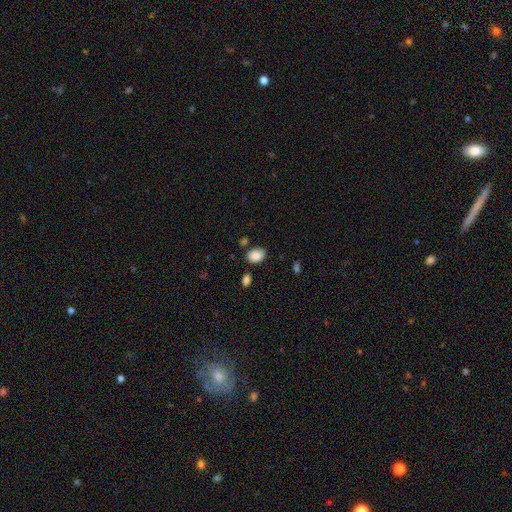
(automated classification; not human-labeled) A smooth galaxy with no disk features (88%) that is in between round and cigar-shaped (78%).

Vote fractions:
- Smooth or featured? smooth: 88% / star or artifact: 8% / featured or disk: 4%
- How rounded? in between: 78% / round: 21% / cigar-shaped: 1%
- Merging? none: 76% / minor disturbance: 14% / merger: 6% / major disturbance: 4%